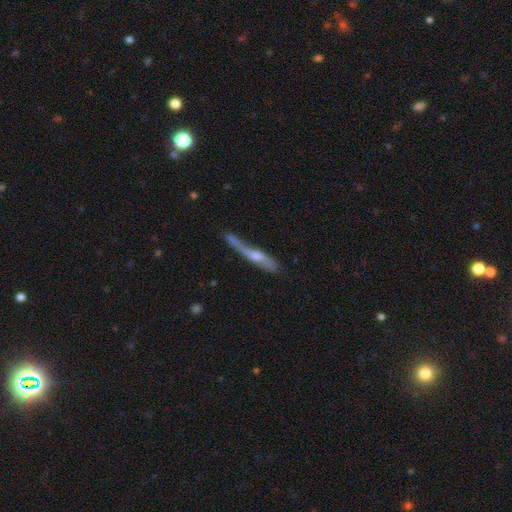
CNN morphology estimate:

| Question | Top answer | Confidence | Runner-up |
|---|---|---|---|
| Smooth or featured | featured or disk | 61% | smooth (32%) |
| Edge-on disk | yes | 73% | no (27%) |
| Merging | none | 47% | minor disturbance (30%) |